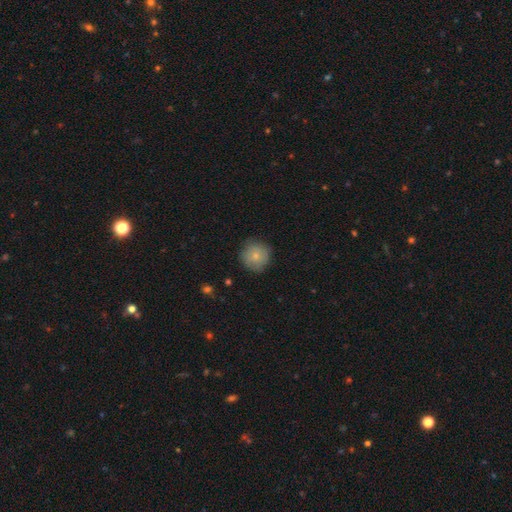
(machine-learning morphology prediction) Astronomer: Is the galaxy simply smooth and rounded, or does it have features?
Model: smooth — 78%.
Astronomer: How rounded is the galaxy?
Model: round — 94%.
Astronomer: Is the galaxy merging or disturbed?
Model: none — 84%.